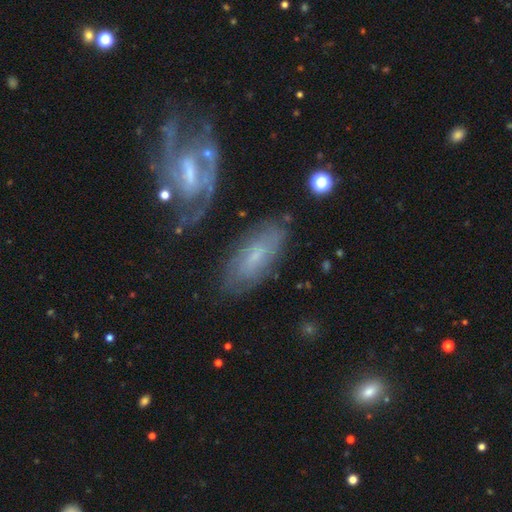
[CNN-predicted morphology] Smooth or featured: featured or disk — 53% (smooth — 38%)
Edge-on disk: no — 85% (yes — 15%)
Merging: none — 72% (minor disturbance — 18%)